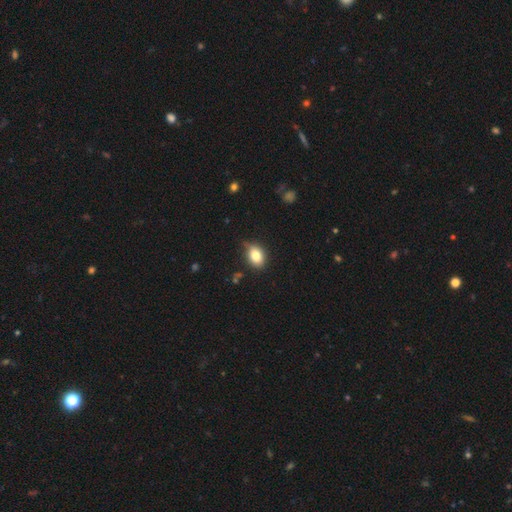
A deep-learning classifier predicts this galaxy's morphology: smooth_or_featured: smooth (p=0.81) [alt: featured or disk p=0.10]
how_rounded: in between (p=0.73) [alt: round p=0.25]
merging: none (p=0.71) [alt: minor disturbance p=0.23]